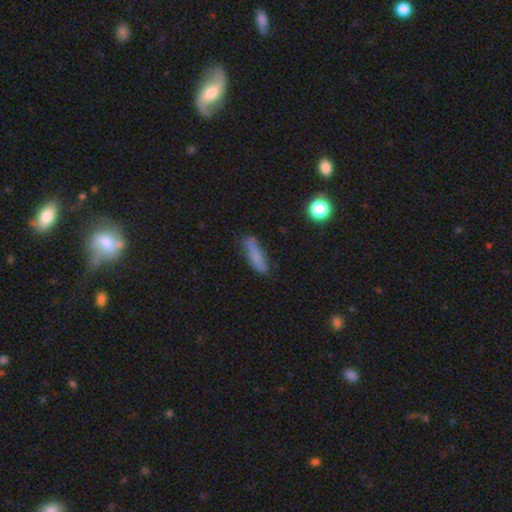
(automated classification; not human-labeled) Overall: smooth (76%). How rounded: cigar-shaped (70%). Merging: none (74%).